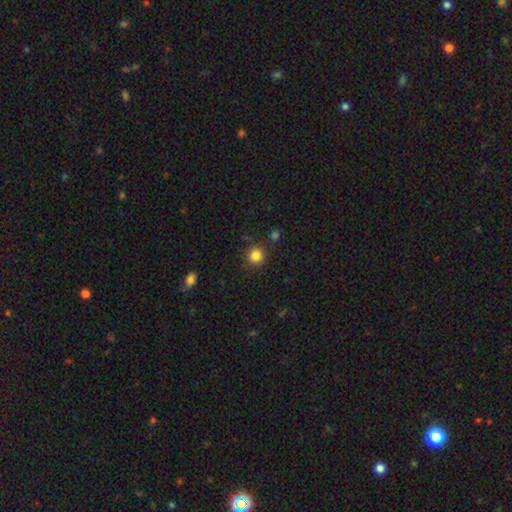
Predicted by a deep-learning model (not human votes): Smooth or featured? smooth (84%)
How rounded? round (92%)
Merging? none (87%)